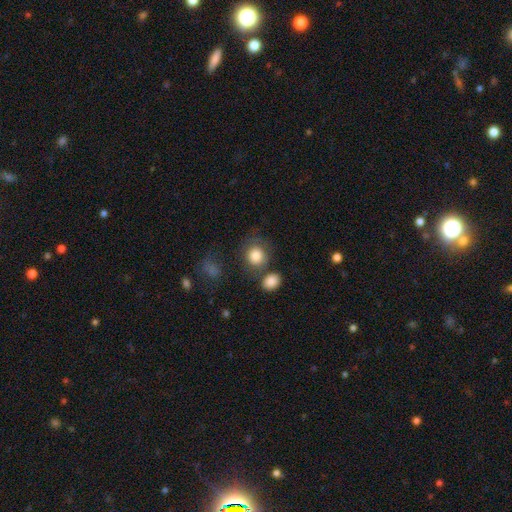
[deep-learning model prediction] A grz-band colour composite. It shows a smooth galaxy with no disk features (84%) that is round (81%). Merging: none (60%).